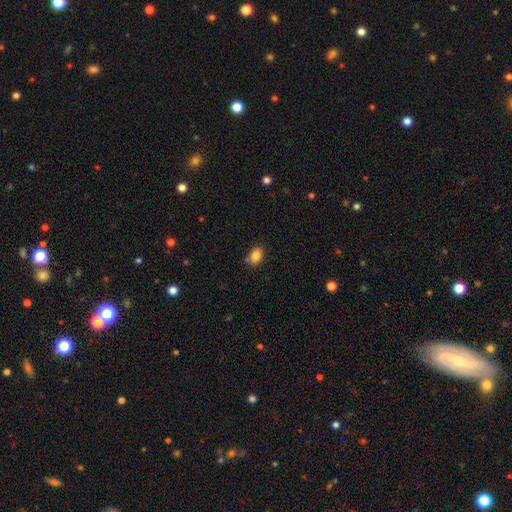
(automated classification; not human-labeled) Smooth or featured? smooth (85%)
How rounded? in between (73%)
Merging? none (71%)